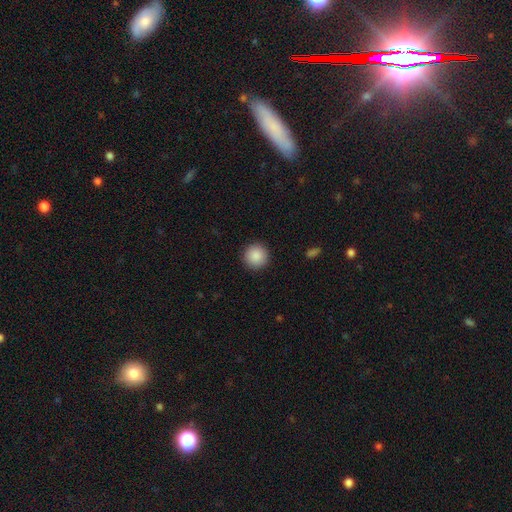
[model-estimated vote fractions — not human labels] Smooth or featured?
  - smooth: 89% *
  - star or artifact: 8%
  - featured or disk: 3%
How rounded?
  - round: 96% *
  - in between: 4%
  - cigar-shaped: 1%
Merging?
  - none: 92% *
  - minor disturbance: 5%
  - major disturbance: 2%
  - merger: 1%